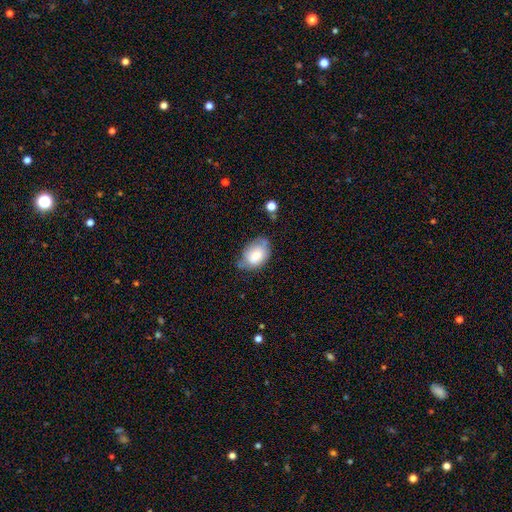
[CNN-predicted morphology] Smooth or featured? smooth (74%)
How rounded? in between (85%)
Merging? none (51%)